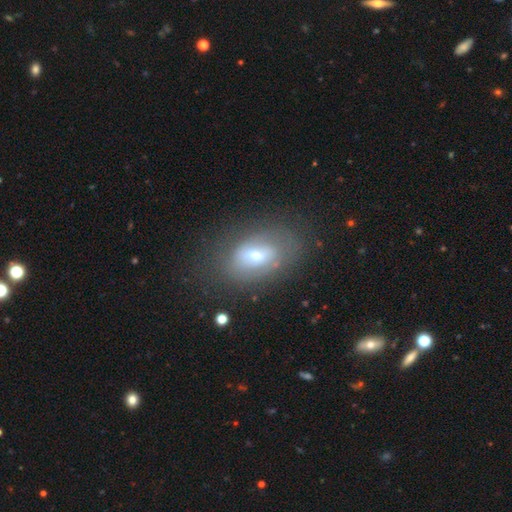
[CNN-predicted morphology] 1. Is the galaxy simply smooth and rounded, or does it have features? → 48% featured or disk, 40% smooth, 12% star or artifact.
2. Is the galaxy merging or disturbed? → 75% none, 16% minor disturbance, 7% major disturbance, 2% merger.